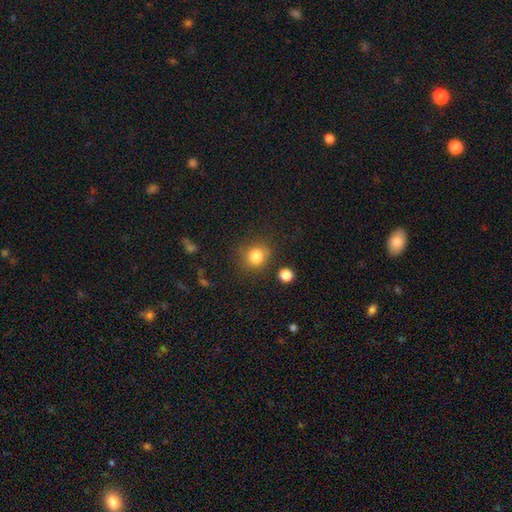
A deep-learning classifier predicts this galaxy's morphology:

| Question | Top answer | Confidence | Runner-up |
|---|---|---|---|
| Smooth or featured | smooth | 83% | star or artifact (11%) |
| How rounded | round | 79% | in between (20%) |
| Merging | none | 77% | minor disturbance (13%) |